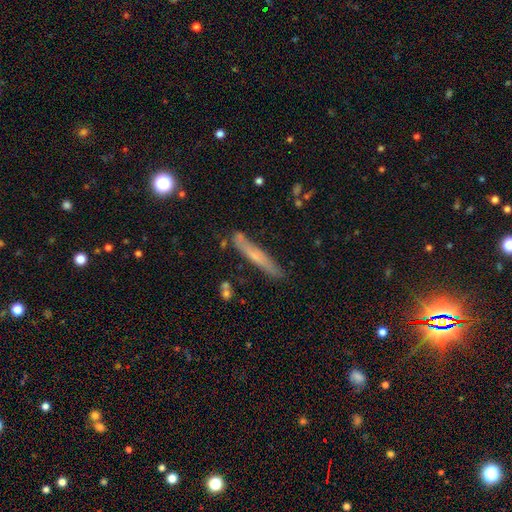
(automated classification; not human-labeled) Smooth or featured?
  - smooth: 54% *
  - featured or disk: 39%
  - star or artifact: 7%
How rounded?
  - cigar-shaped: 94% *
  - in between: 4%
  - round: 2%
Merging?
  - none: 78% *
  - minor disturbance: 15%
  - merger: 4%
  - major disturbance: 3%